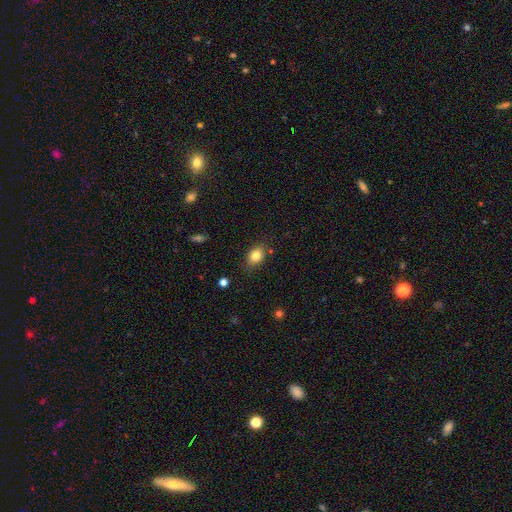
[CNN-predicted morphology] A smooth galaxy with no disk features (81%) that is in between round and cigar-shaped (70%).

Vote fractions:
- Smooth or featured? smooth: 81% / star or artifact: 10% / featured or disk: 9%
- How rounded? in between: 70% / round: 29% / cigar-shaped: 2%
- Merging? none: 81% / minor disturbance: 15% / major disturbance: 3% / merger: 2%